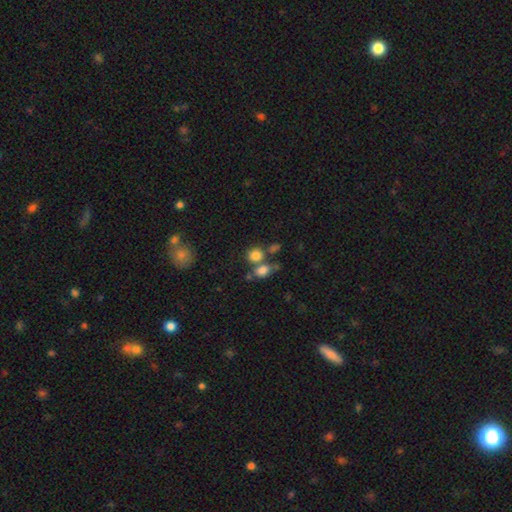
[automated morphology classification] Q: Smooth or featured?
A: smooth (80%); runner-up: star or artifact (12%)
Q: How rounded?
A: round (72%); runner-up: in between (27%)
Q: Merging?
A: none (54%); runner-up: merger (32%)